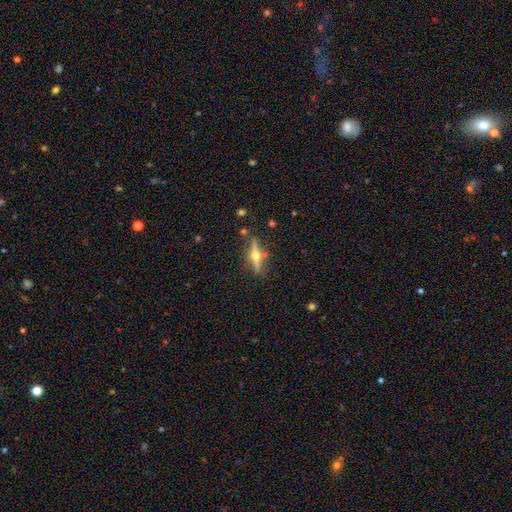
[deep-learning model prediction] Smooth or featured?
  - featured or disk: 76% *
  - smooth: 17%
  - star or artifact: 8%
Edge-on disk?
  - yes: 96% *
  - no: 4%
Edge-on bulge?
  - rounded: 96% *
  - boxy: 2%
  - none: 2%
Merging?
  - none: 85% *
  - minor disturbance: 9%
  - merger: 3%
  - major disturbance: 3%